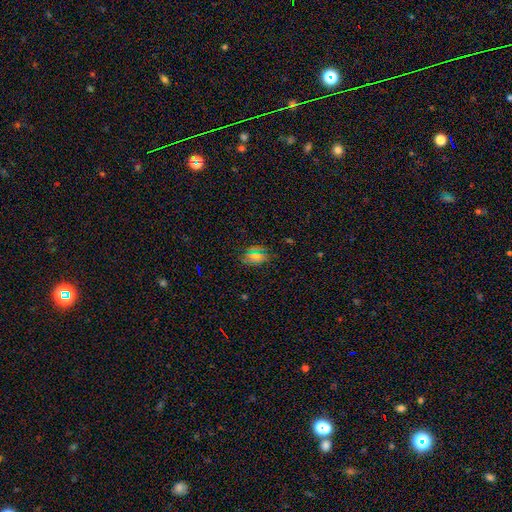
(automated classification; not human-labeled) Smooth or featured? smooth (58%)
How rounded? in between (68%)
Merging? none (79%)